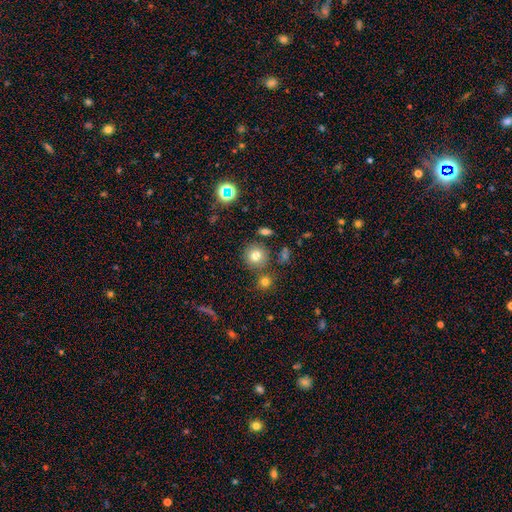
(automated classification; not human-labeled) Morphology: type=smooth (75%); roundness=round (92%); merging=none (80%).